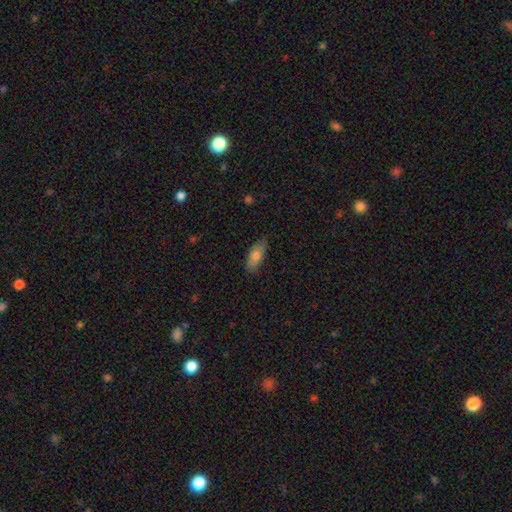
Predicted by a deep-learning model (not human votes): Morphology: type=smooth (76%); roundness=in between (77%); merging=none (82%).